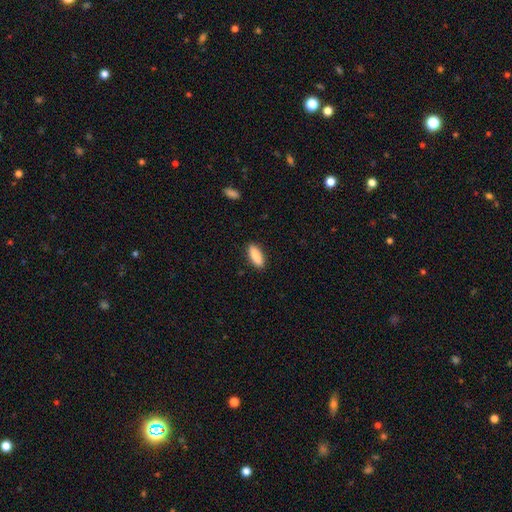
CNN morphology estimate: This appears to be a smooth galaxy with no disk features (86%) that is in between round and cigar-shaped (68%). Merging: none (89%).